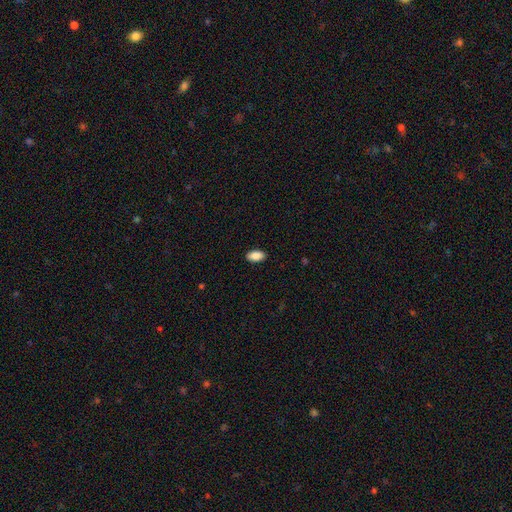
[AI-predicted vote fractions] This appears to be a smooth galaxy with no disk features (89%) that is in between round and cigar-shaped (94%). Merging: none (90%).